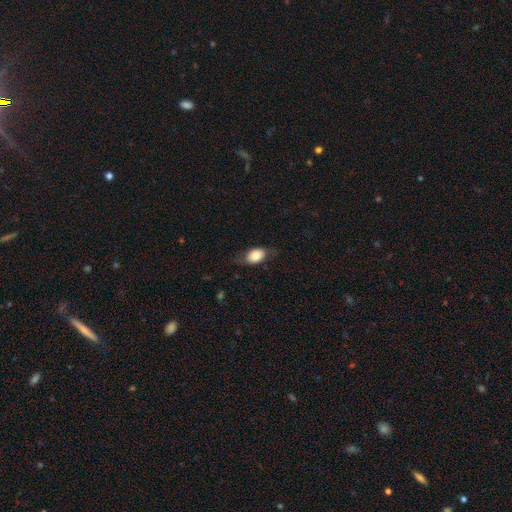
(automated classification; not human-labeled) Smooth or featured? smooth (76%)
How rounded? in between (83%)
Merging? none (71%)